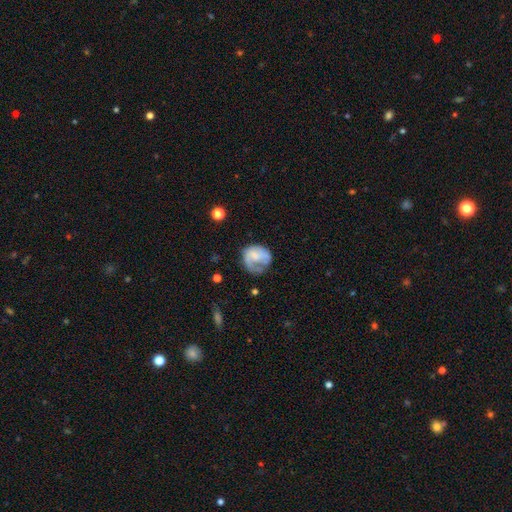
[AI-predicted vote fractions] Q: Smooth or featured?
A: featured or disk (50%); runner-up: smooth (43%)
Q: Merging?
A: none (42%); runner-up: major disturbance (29%)